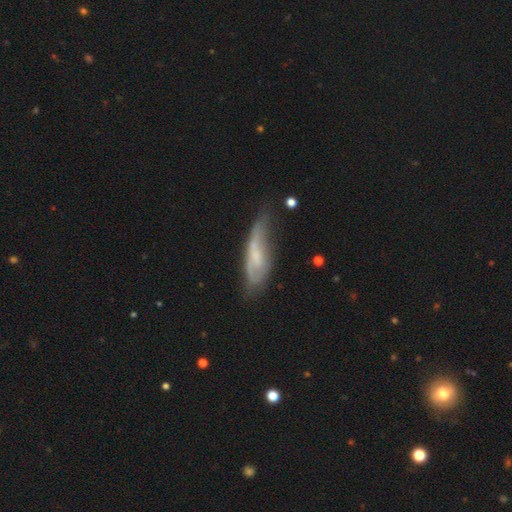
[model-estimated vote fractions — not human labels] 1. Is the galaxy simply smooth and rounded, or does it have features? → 49% featured or disk, 43% smooth, 8% star or artifact.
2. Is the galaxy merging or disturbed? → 40% none, 35% minor disturbance, 20% major disturbance, 4% merger.